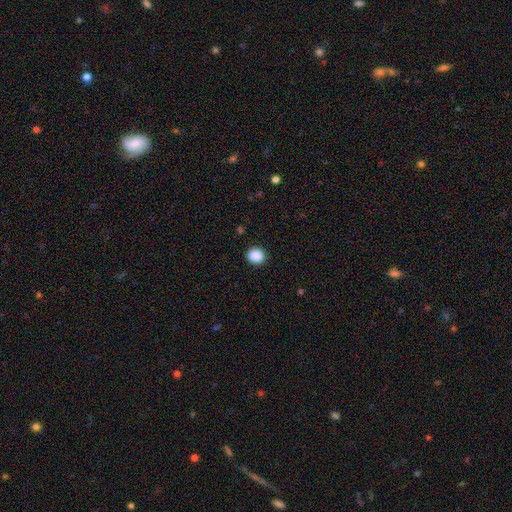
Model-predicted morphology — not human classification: Smooth or featured?
  - smooth: 88% *
  - star or artifact: 9%
  - featured or disk: 3%
How rounded?
  - round: 85% *
  - in between: 14%
  - cigar-shaped: 1%
Merging?
  - none: 91% *
  - minor disturbance: 6%
  - major disturbance: 2%
  - merger: 1%